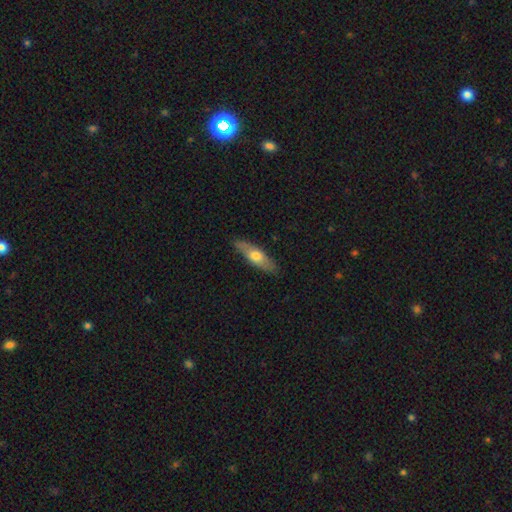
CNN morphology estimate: smooth_or_featured: smooth (p=0.55) [alt: featured or disk p=0.39]
how_rounded: cigar-shaped (p=0.58) [alt: in between p=0.40]
merging: none (p=0.85) [alt: minor disturbance p=0.12]